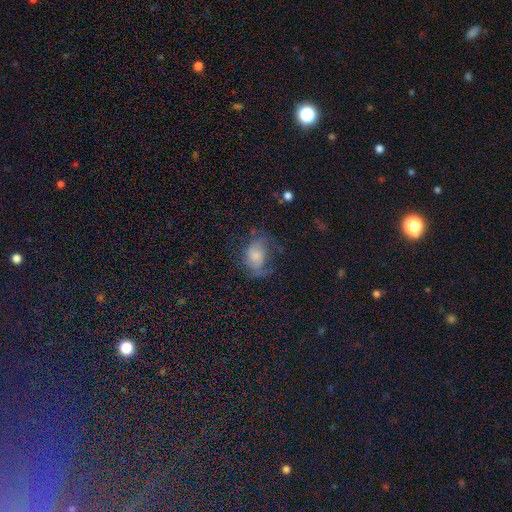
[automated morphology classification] smooth_or_featured: smooth (p=0.49) [alt: featured or disk p=0.38]
merging: none (p=0.41) [alt: major disturbance p=0.30]